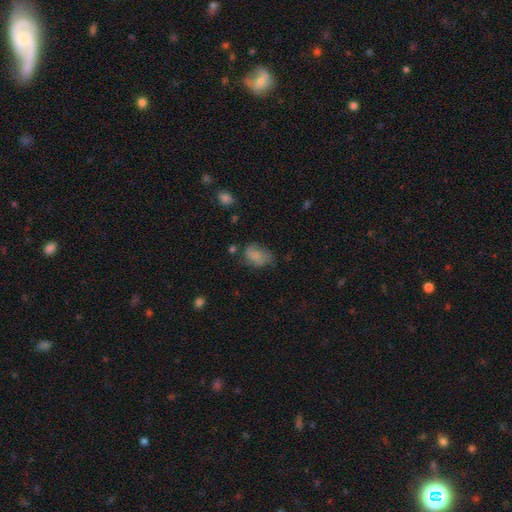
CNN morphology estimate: The model was most divided on "merging": none: 42%, minor disturbance: 32%, major disturbance: 22%, merger: 4%. More confident: how rounded — in between (81%); smooth or featured — smooth (70%).